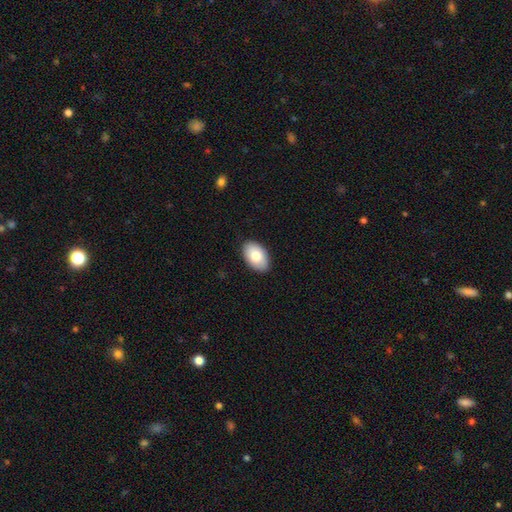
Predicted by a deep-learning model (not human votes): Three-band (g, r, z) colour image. It shows a smooth galaxy with no disk features (81%) that is in between round and cigar-shaped (93%). Merging: none (88%).